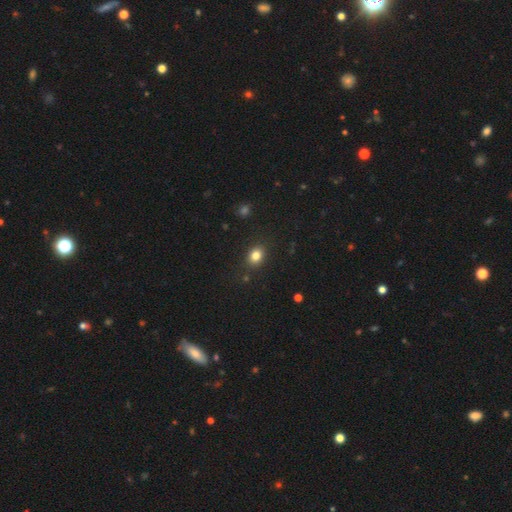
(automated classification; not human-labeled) A smooth galaxy with no disk features (82%) that is round (50%).

Vote fractions:
- Smooth or featured? smooth: 82% / star or artifact: 12% / featured or disk: 6%
- How rounded? round: 50% / in between: 49% / cigar-shaped: 1%
- Merging? none: 86% / minor disturbance: 9% / major disturbance: 3% / merger: 2%